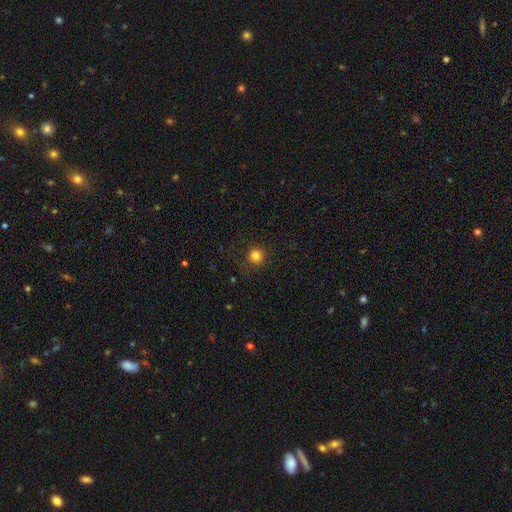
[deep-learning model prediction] The model was most divided on "smooth or featured": smooth: 82%, star or artifact: 13%, featured or disk: 5%. More confident: how rounded — round (94%); merging — none (87%).